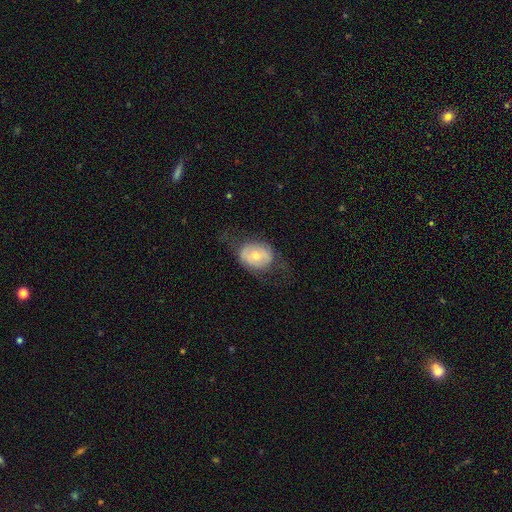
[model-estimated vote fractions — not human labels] smooth_or_featured: smooth (p=0.50) [alt: featured or disk p=0.43]
merging: none (p=0.59) [alt: minor disturbance p=0.21]